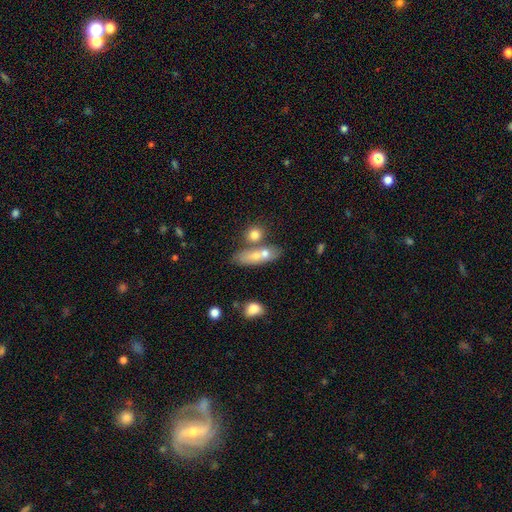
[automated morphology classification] smooth-or-featured: smooth: 61% | featured or disk: 27% | star or artifact: 12%
  how-rounded: in between: 46% | cigar-shaped: 38% | round: 16%
  merging: none: 51% | merger: 32% | minor disturbance: 12% | major disturbance: 5%